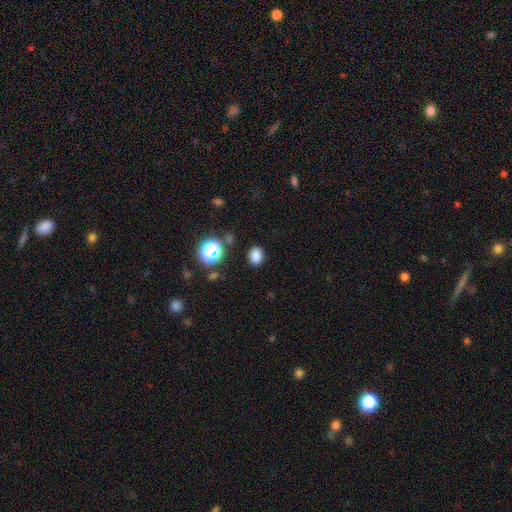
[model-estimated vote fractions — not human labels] The model was most divided on "how rounded": in between: 55%, round: 44%, cigar-shaped: 1%. More confident: merging — none (85%); smooth or featured — smooth (80%).